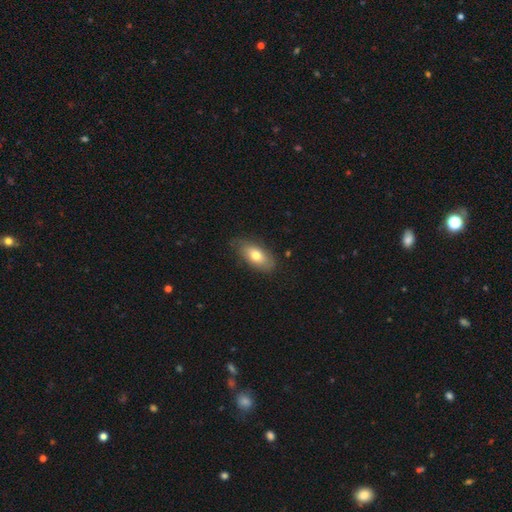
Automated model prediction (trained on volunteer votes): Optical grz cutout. It shows a smooth galaxy with no disk features (72%) that is in between round and cigar-shaped (88%). Merging: none (74%).